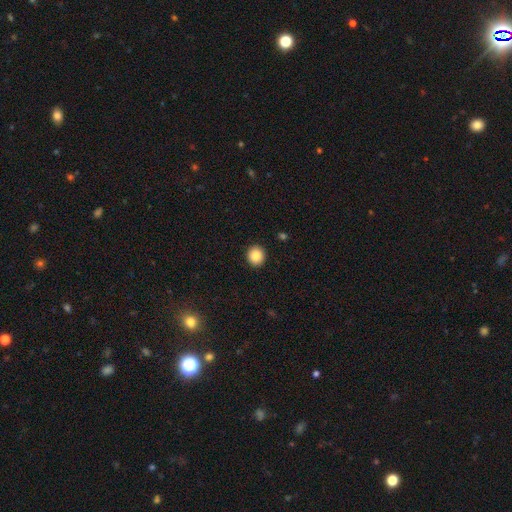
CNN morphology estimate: This is clearly a smooth galaxy (87%). How rounded: clearly round (88%). Merging: clearly none (92%).